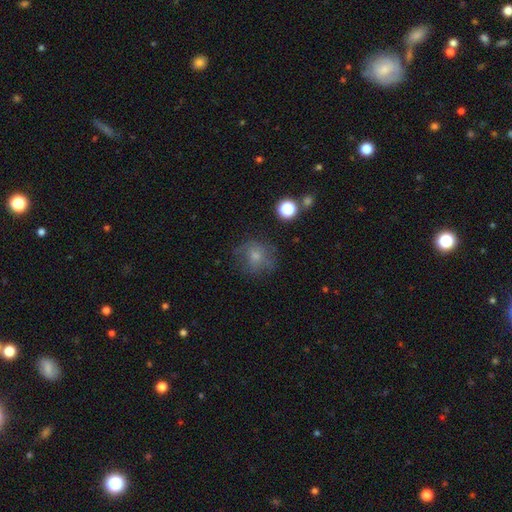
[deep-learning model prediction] The model was most divided on "smooth or featured": smooth: 57%, featured or disk: 24%, star or artifact: 18%. More confident: how rounded — round (83%); merging — none (70%).